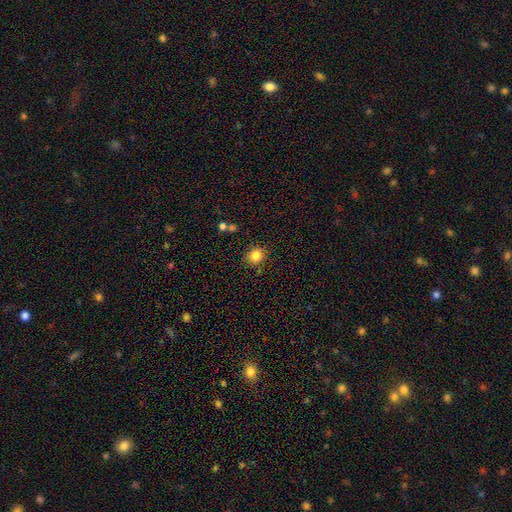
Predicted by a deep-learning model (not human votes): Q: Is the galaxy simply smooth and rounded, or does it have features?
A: smooth — 83%.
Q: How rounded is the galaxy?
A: round — 80%.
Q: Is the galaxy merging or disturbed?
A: none — 82%.